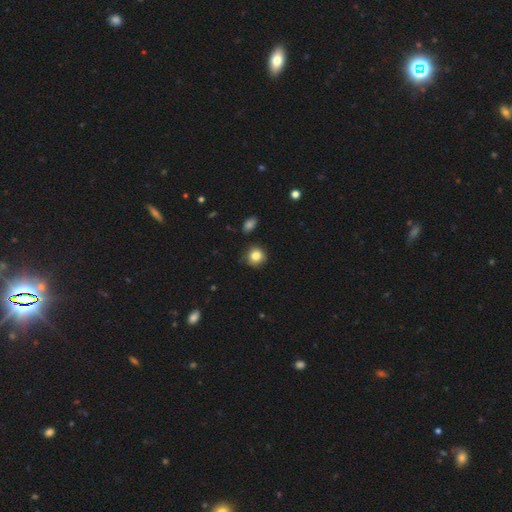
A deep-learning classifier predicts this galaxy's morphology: The model was most divided on "merging": none: 78%, minor disturbance: 16%, major disturbance: 3%, merger: 2%. More confident: how rounded — round (87%); smooth or featured — smooth (83%).